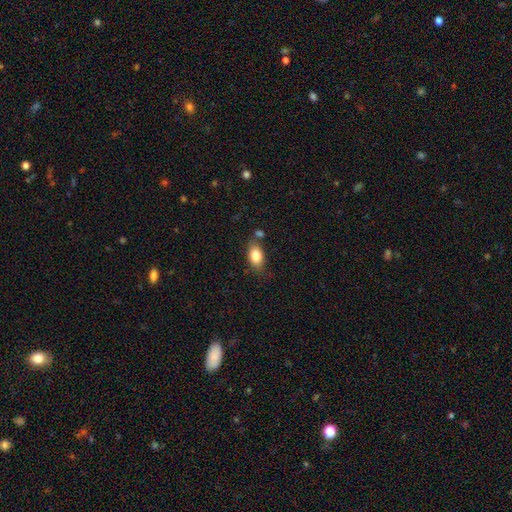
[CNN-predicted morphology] Smooth or featured: smooth — 82% (featured or disk — 10%)
How rounded: in between — 87% (round — 10%)
Merging: none — 70% (minor disturbance — 17%)